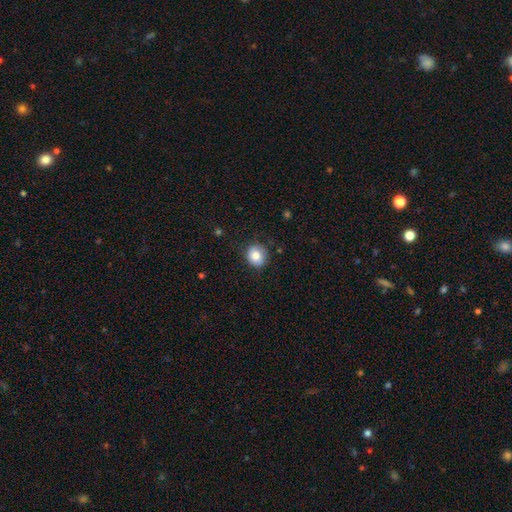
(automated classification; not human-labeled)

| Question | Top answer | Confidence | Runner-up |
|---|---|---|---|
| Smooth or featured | smooth | 81% | featured or disk (10%) |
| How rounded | round | 76% | in between (23%) |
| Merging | none | 82% | minor disturbance (14%) |